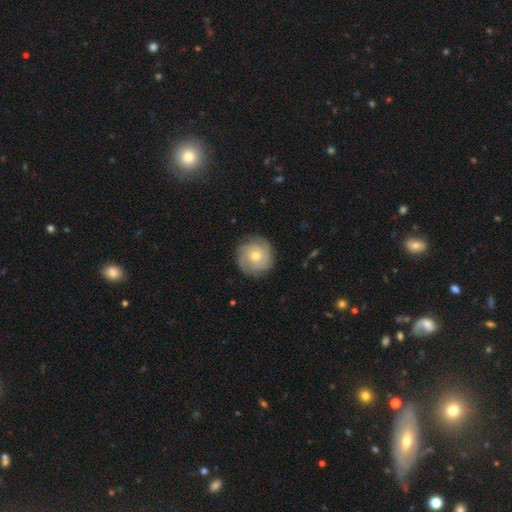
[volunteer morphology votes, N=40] A featured or disk galaxy (85%) with no bar (68%), 4 (58%) tight (90%) spiral arms (100%) and a moderate central bulge (58%).

Vote fractions:
- Smooth or featured? featured or disk: 85% / smooth: 8% / star or artifact: 8%
- Edge-on disk? no: 91% / yes: 9%
- Bar? no: 68% / weak: 26% / strong: 6%
- Spiral arms? yes: 100% / no: 0%
- Spiral winding? tight: 90% / medium: 6% / loose: 3%
- Spiral arm count? 4: 58% / can't tell: 16% / 2: 10% / more than 4: 10% / 3: 6% / 1: 0%
- Bulge size? moderate: 58% / small: 42% / dominant: 0% / large: 0% / none: 0%
- Merging? none: 84% / minor disturbance: 14% / merger: 3% / major disturbance: 0%